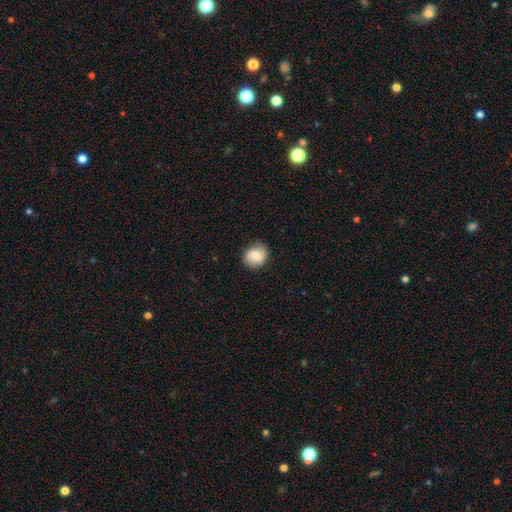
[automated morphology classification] smooth-or-featured: smooth: 64% | featured or disk: 28% | star or artifact: 8%
  how-rounded: round: 76% | in between: 23% | cigar-shaped: 1%
  merging: none: 84% | minor disturbance: 12% | major disturbance: 3% | merger: 1%